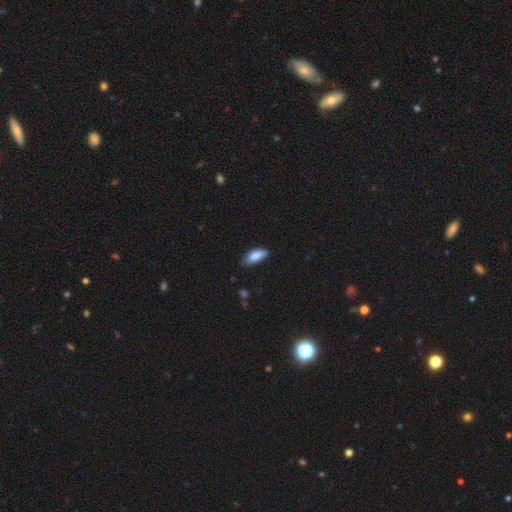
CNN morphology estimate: type=smooth (85%); roundness=in between (82%); merging=none (53%).